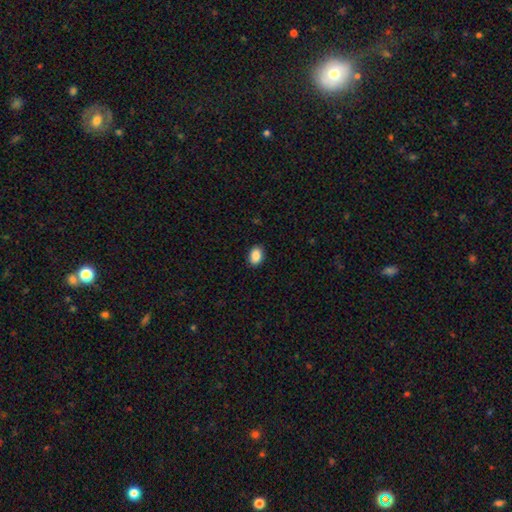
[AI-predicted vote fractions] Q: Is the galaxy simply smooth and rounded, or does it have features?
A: smooth — 89%.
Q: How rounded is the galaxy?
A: in between — 81%.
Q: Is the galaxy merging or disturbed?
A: none — 89%.